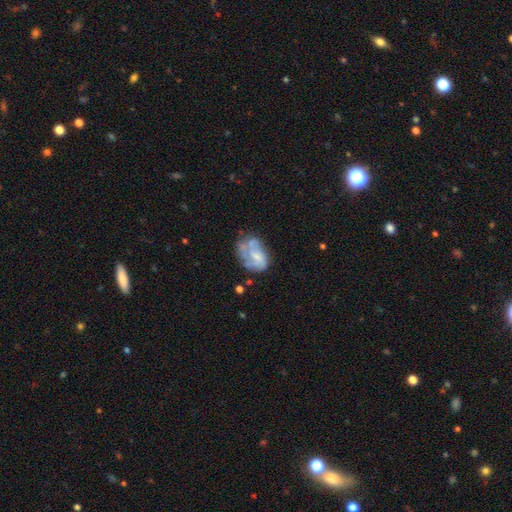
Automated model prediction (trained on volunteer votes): The model was most divided on "spiral arms": yes: 54%, no: 46%. Remaining: edge-on disk — no (97%); bar — no (67%); smooth or featured — featured or disk (60%); bulge size — small (45%); merging — none (43%).